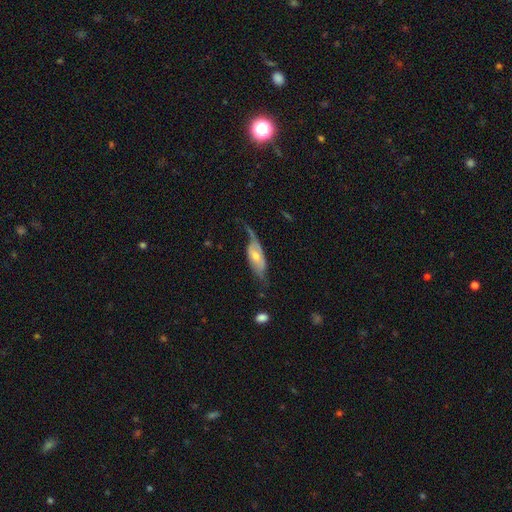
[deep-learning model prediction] Overall: featured or disk (63%; smooth 31%). Edge-on disk: no (77%). Merging: none (41%; minor disturbance 28%).